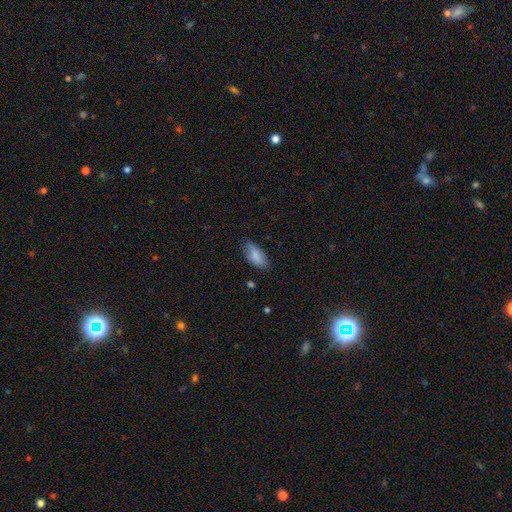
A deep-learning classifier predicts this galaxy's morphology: type=smooth (86%); roundness=in between (87%); merging=none (78%).